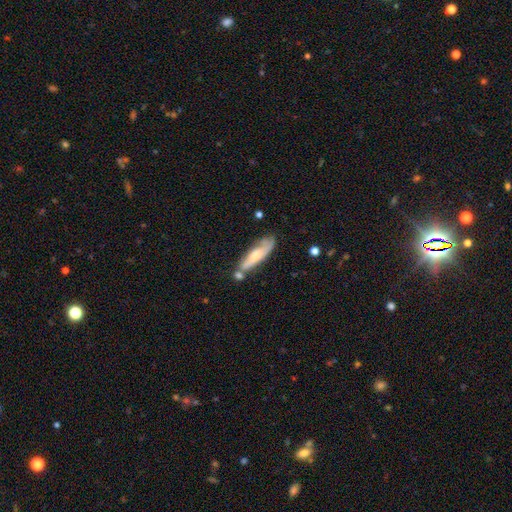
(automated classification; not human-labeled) Q: Smooth or featured?
A: smooth (57%); runner-up: featured or disk (37%)
Q: How rounded?
A: cigar-shaped (68%); runner-up: in between (30%)
Q: Merging?
A: none (50%); runner-up: minor disturbance (25%)